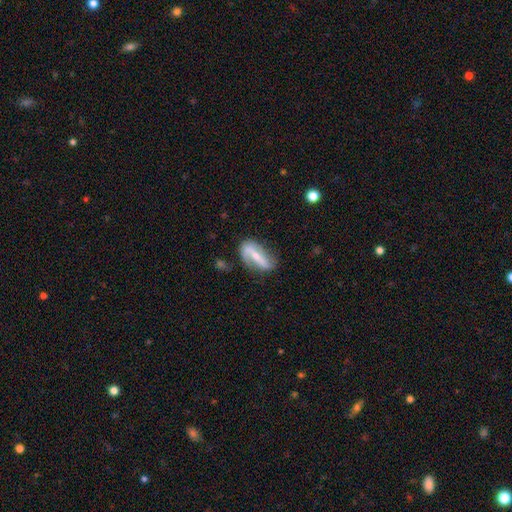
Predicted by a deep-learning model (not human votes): smooth_or_featured: featured or disk (p=0.73) [alt: smooth p=0.21]
disk_edge_on: no (p=0.89) [alt: yes p=0.11]
bar: strong (p=0.60) [alt: weak p=0.23]
has_spiral_arms: yes (p=0.85) [alt: no p=0.15]
spiral_winding: loose (p=0.63) [alt: medium p=0.24]
spiral_arm_count: 2 (p=0.80) [alt: 1 p=0.11]
bulge_size: small (p=0.55) [alt: moderate p=0.34]
merging: none (p=0.64) [alt: minor disturbance p=0.23]